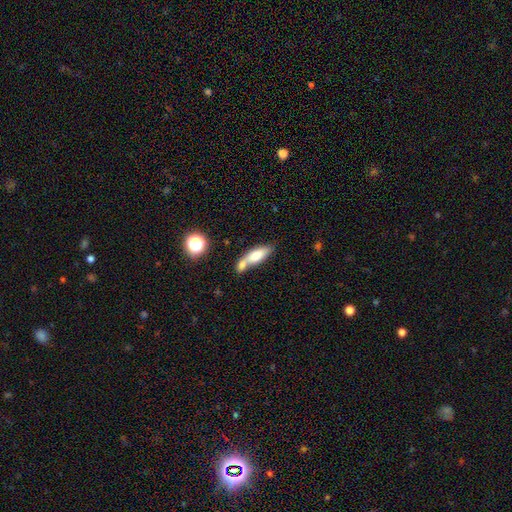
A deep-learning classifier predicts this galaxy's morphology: A smooth galaxy with no disk features (68%) that is in between round and cigar-shaped (59%). Merging: merger (44%).